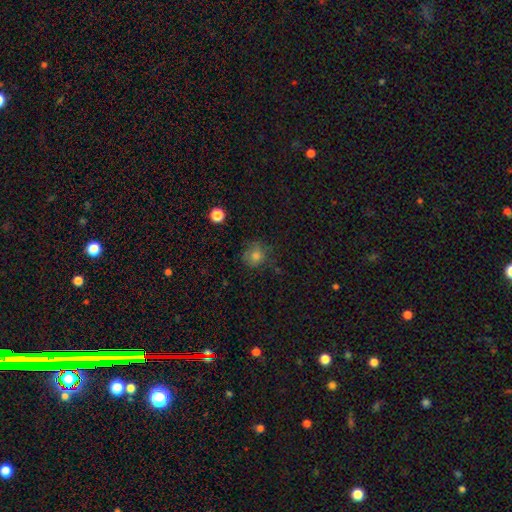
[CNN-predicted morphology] Smooth or featured: smooth — 69% (star or artifact — 17%)
How rounded: round — 81% (in between — 18%)
Merging: none — 69% (minor disturbance — 21%)